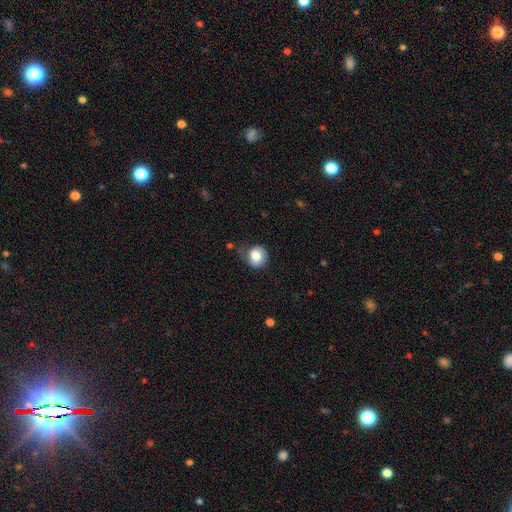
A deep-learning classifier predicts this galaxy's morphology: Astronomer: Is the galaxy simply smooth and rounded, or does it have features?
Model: smooth — 78%.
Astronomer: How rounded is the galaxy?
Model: round — 82%.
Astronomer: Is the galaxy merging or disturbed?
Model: none — 59%.